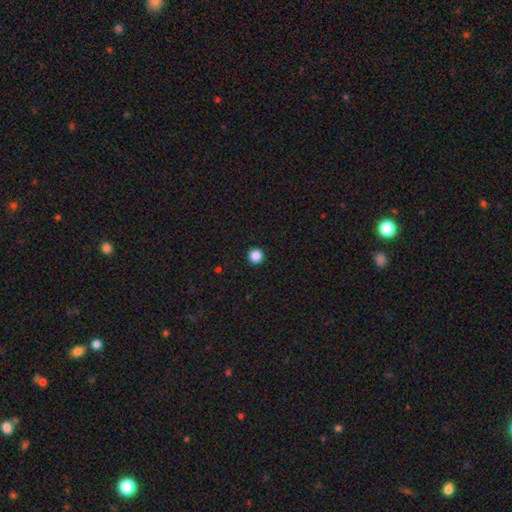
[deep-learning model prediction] Q: Smooth or featured?
A: smooth (87%); runner-up: star or artifact (10%)
Q: How rounded?
A: round (96%); runner-up: in between (3%)
Q: Merging?
A: none (94%); runner-up: minor disturbance (4%)